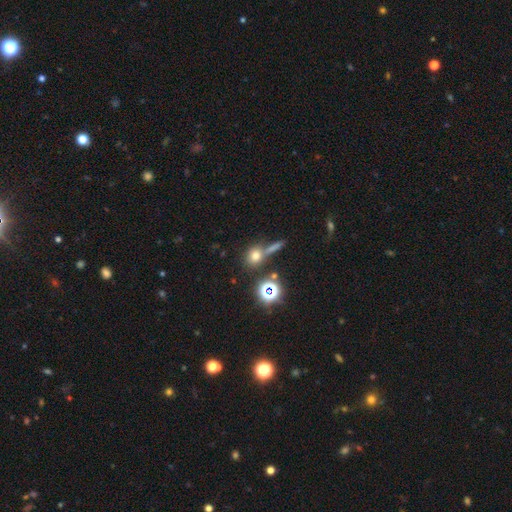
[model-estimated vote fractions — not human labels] smooth 68%, star or artifact 22%, featured or disk 10%. Down the decision tree: how rounded — round (79%); merging — none (64%).